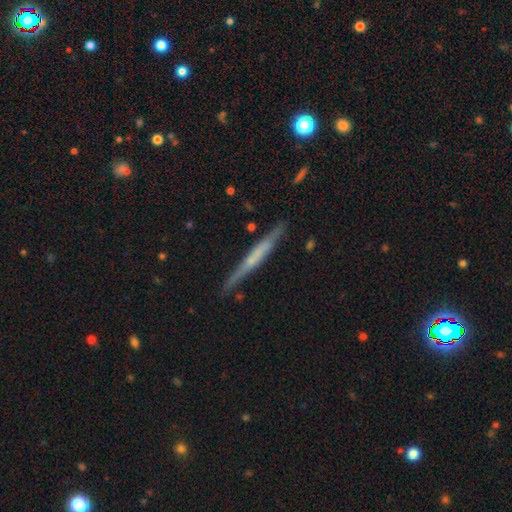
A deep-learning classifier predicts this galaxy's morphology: Q: Smooth or featured?
A: featured or disk (58%); runner-up: smooth (36%)
Q: Edge-on disk?
A: yes (96%); runner-up: no (4%)
Q: Edge-on bulge?
A: none (63%); runner-up: rounded (24%)
Q: Merging?
A: none (85%); runner-up: minor disturbance (11%)